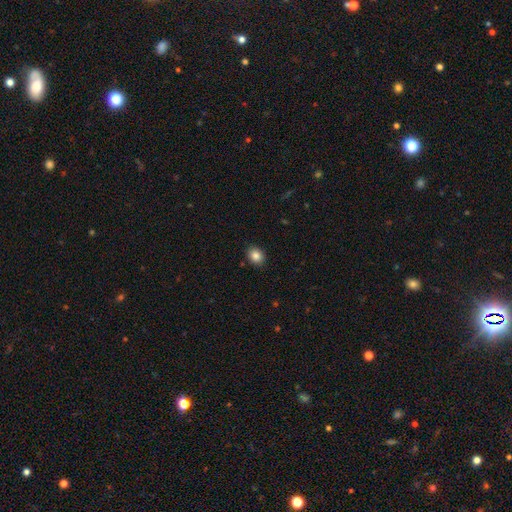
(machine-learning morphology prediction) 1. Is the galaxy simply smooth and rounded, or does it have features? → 84% smooth, 10% star or artifact, 6% featured or disk.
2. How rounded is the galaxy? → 50% in between, 49% round, 1% cigar-shaped.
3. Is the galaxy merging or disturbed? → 90% none, 7% minor disturbance, 2% major disturbance, 1% merger.